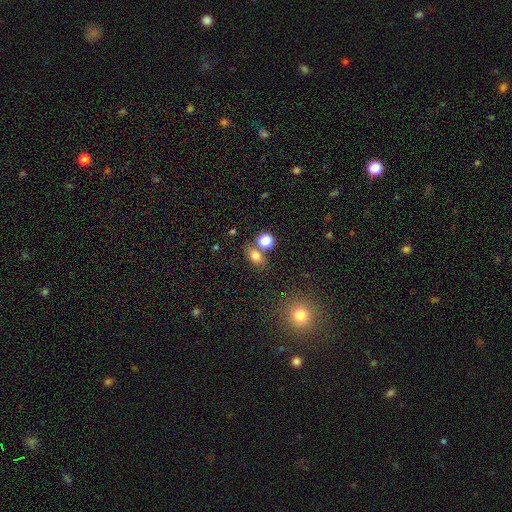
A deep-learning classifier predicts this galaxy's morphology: A smooth galaxy with no disk features (76%) that is in between round and cigar-shaped (67%).

Vote fractions:
- Smooth or featured? smooth: 76% / star or artifact: 15% / featured or disk: 9%
- How rounded? in between: 67% / round: 31% / cigar-shaped: 2%
- Merging? none: 67% / merger: 17% / minor disturbance: 11% / major disturbance: 4%